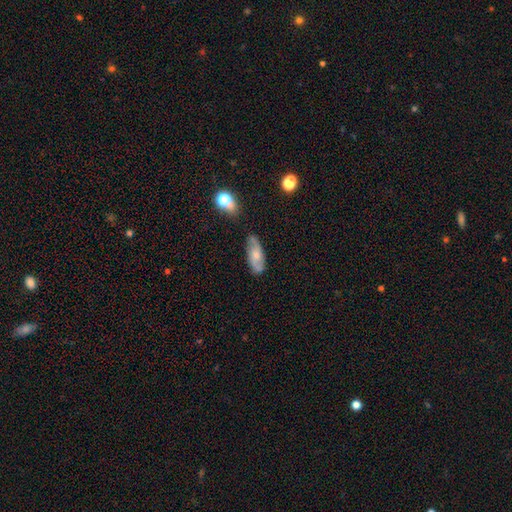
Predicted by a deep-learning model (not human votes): featured or disk 51%, smooth 42%, star or artifact 7%. Down the decision tree: edge-on disk — no (86%); merging — none (72%).